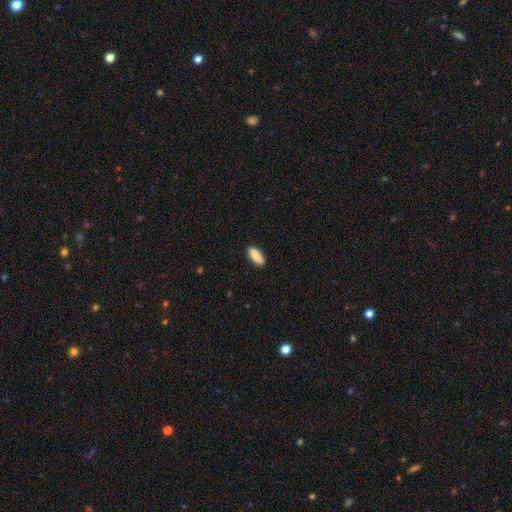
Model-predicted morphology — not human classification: Smooth or featured? Predicted: smooth (p=0.84). How rounded? Predicted: in between (p=0.69). Merging? Predicted: none (p=0.85).